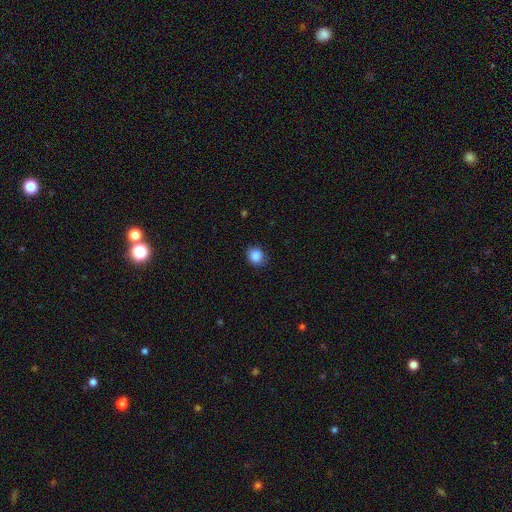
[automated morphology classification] Smooth or featured? smooth (88%)
How rounded? round (71%)
Merging? none (82%)